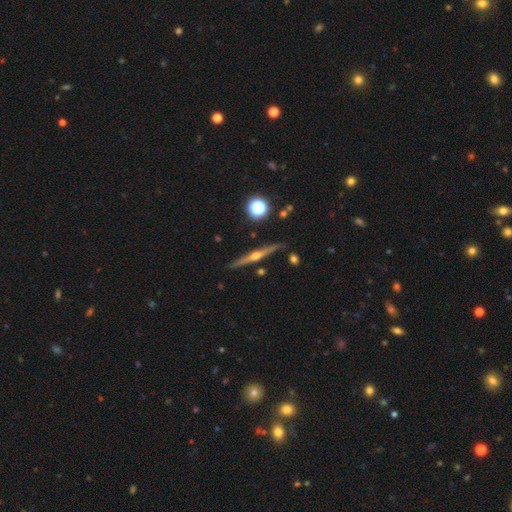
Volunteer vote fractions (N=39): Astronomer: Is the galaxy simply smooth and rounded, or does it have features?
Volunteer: featured or disk — 74%.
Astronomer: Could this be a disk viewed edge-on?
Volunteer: yes — 97%.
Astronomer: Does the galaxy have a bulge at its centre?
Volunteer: rounded — 96%.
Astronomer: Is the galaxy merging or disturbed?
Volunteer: none — 91%.